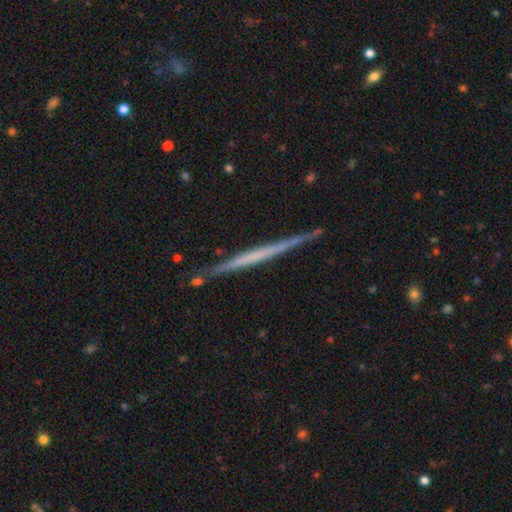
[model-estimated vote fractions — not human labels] Morphology: type=featured or disk (66%); edge-on=yes (98%); edge-on bulge=none (87%); merging=none (89%).